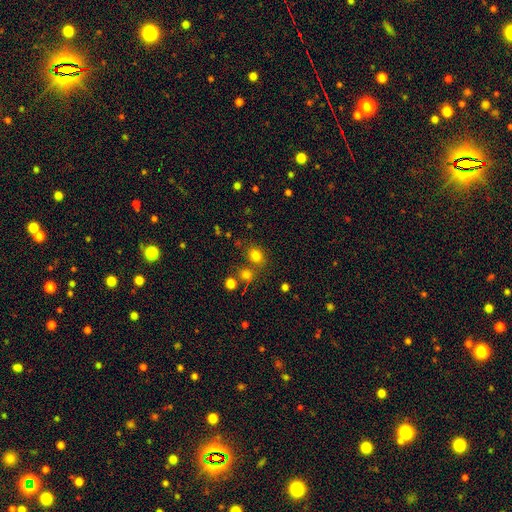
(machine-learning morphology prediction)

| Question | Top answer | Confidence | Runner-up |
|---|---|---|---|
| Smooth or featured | smooth | 78% | star or artifact (16%) |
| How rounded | round | 61% | in between (38%) |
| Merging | none | 69% | merger (15%) |